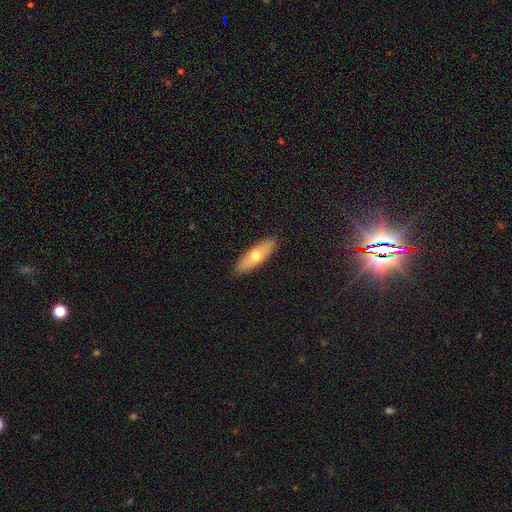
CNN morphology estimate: A smooth galaxy with no disk features (60%) that is in between round and cigar-shaped (51%). Merging: none (89%).